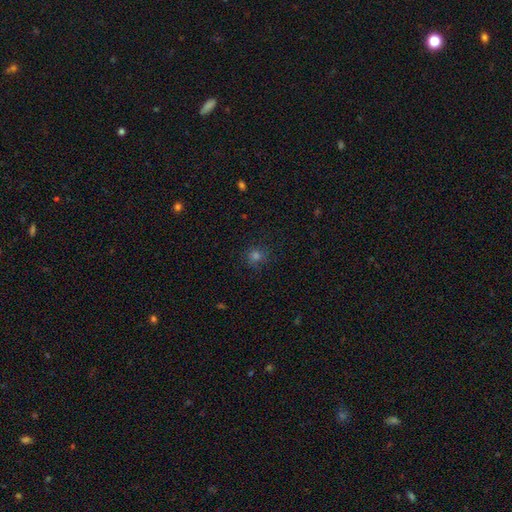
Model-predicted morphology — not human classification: Overall: smooth (67%). How rounded: round (89%). Merging: none (87%).